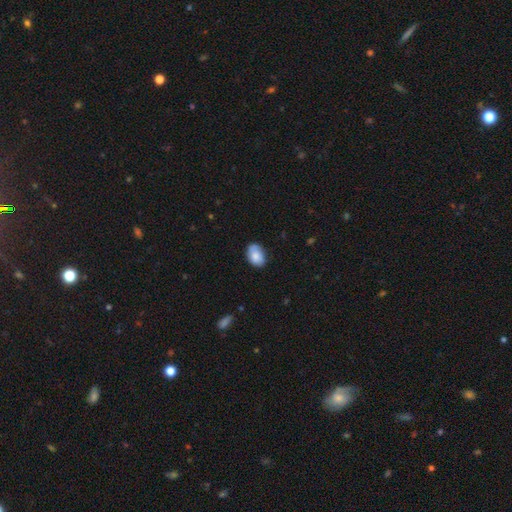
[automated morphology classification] smooth_or_featured: smooth (p=0.80) [alt: featured or disk p=0.13]
how_rounded: in between (p=0.86) [alt: round p=0.13]
merging: none (p=0.71) [alt: minor disturbance p=0.24]